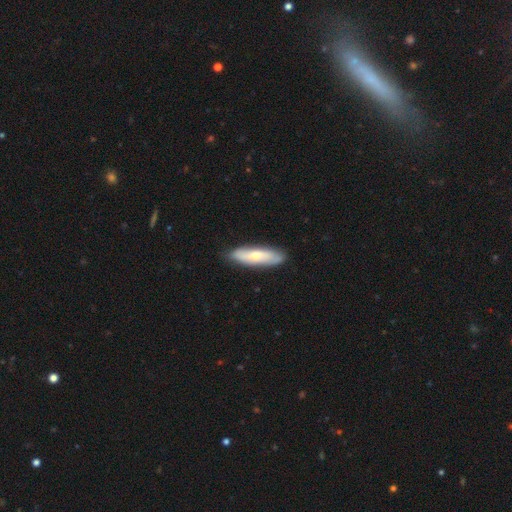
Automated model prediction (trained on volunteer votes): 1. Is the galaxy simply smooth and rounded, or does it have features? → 57% smooth, 38% featured or disk, 5% star or artifact.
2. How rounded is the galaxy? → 64% cigar-shaped, 34% in between, 2% round.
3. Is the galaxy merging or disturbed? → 84% none, 12% minor disturbance, 2% major disturbance, 1% merger.